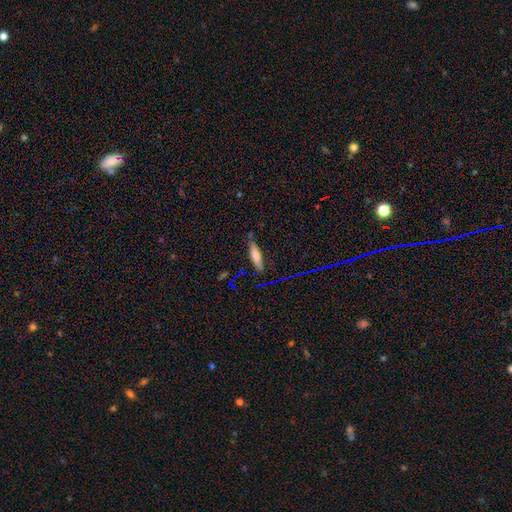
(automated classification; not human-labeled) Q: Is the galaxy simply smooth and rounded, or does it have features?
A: smooth — 61%.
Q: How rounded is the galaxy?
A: cigar-shaped — 67%.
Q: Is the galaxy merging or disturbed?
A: none — 75%.